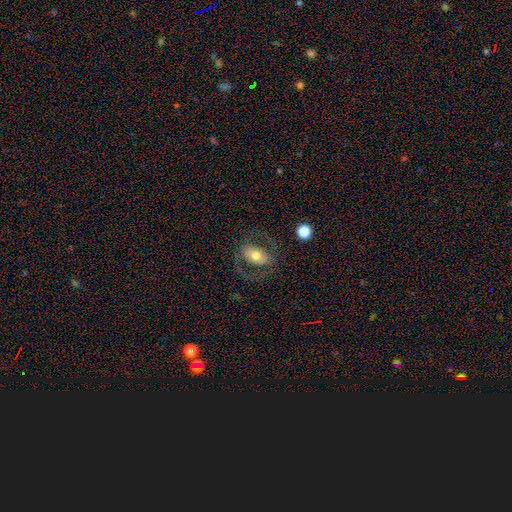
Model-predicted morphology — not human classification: Q: Smooth or featured?
A: featured or disk (48%); runner-up: smooth (44%)
Q: Merging?
A: none (66%); runner-up: major disturbance (17%)